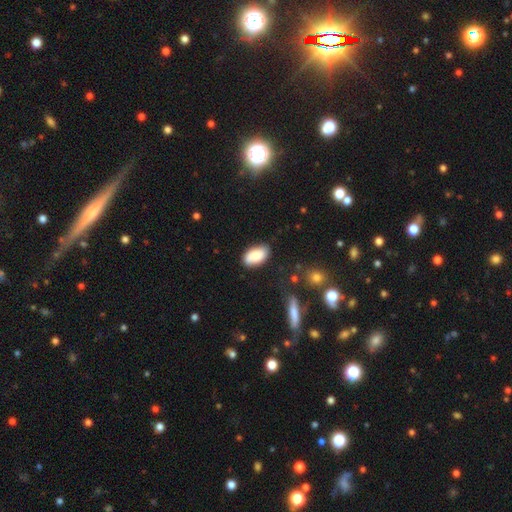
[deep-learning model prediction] This appears to be a smooth galaxy with no disk features (79%) that is in between round and cigar-shaped (94%). Merging: none (81%).